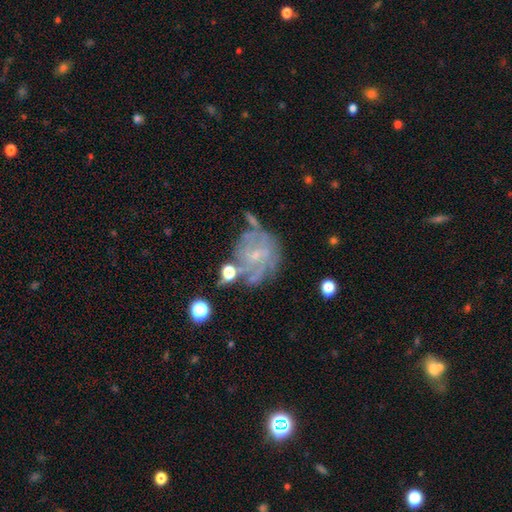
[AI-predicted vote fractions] This is likely a featured or disk galaxy (73%). It is clearly not viewed edge-on (97%). Bar: likely no (61%). Spiral arm pattern: clearly yes (81%). Spiral arm count: possibly can't tell (48%). Spiral winding: possibly tight (53%). Central bulge: likely small (76%). Merging: possibly none (52%).